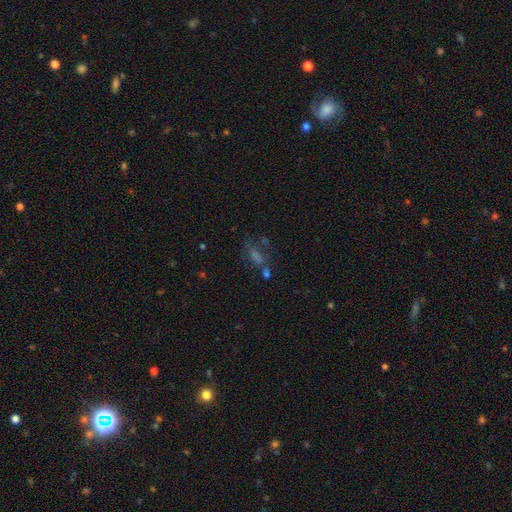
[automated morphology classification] smooth-or-featured: smooth: 39% | star or artifact: 33% | featured or disk: 28%
  merging: none: 51% | minor disturbance: 18% | major disturbance: 16% | merger: 15%